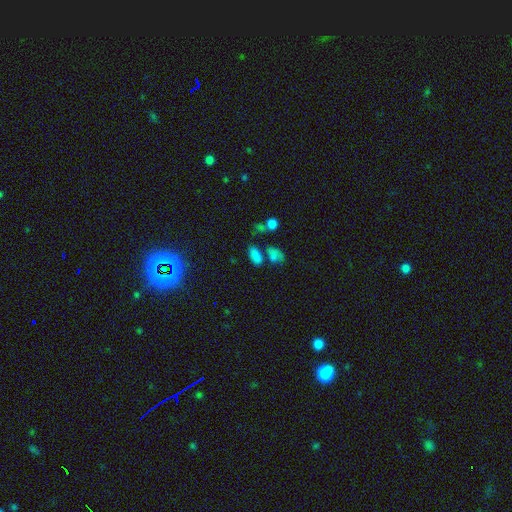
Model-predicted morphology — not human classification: This appears to be a smooth galaxy with no disk features (73%) that is in between round and cigar-shaped (88%). Merging: none (56%).